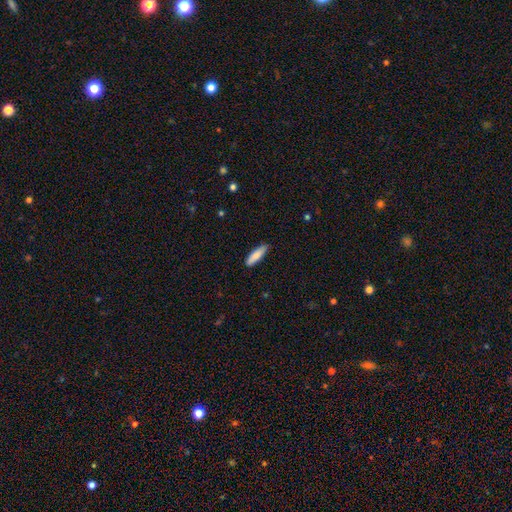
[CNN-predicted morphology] Q: Smooth or featured?
A: smooth (84%); runner-up: featured or disk (10%)
Q: How rounded?
A: cigar-shaped (65%); runner-up: in between (34%)
Q: Merging?
A: none (86%); runner-up: minor disturbance (11%)